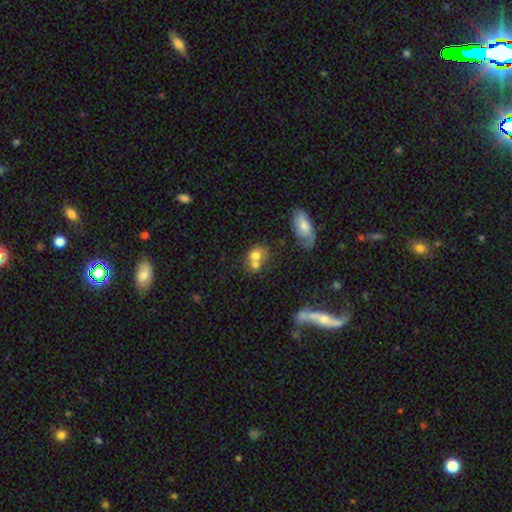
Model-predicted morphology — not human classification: Smooth or featured: smooth — 71% (featured or disk — 18%)
How rounded: round — 65% (in between — 34%)
Merging: merger — 55% (none — 31%)